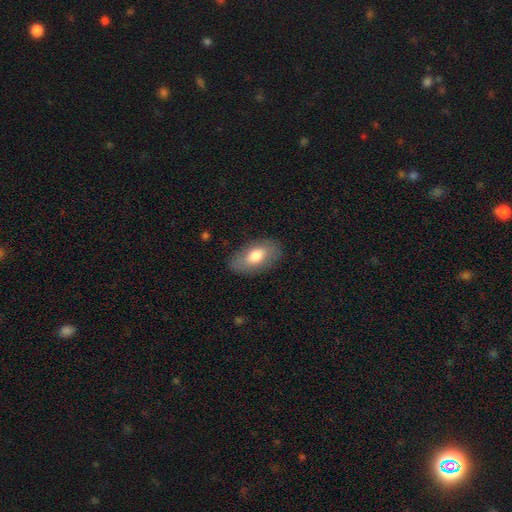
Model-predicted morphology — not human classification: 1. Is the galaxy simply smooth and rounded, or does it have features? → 73% smooth, 20% featured or disk, 6% star or artifact.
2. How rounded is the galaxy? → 92% in between, 6% round, 2% cigar-shaped.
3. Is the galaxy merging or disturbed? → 81% none, 13% minor disturbance, 4% major disturbance, 1% merger.